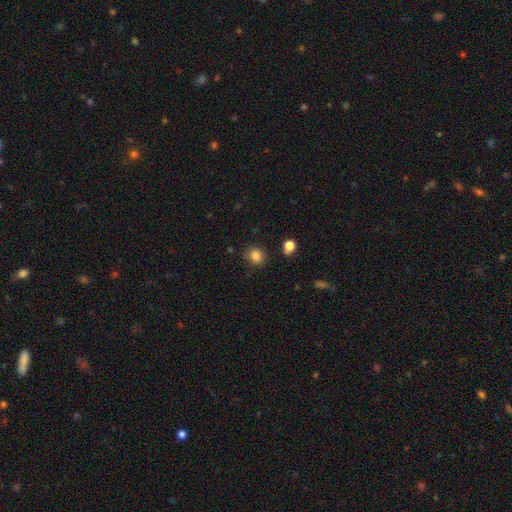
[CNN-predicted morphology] This is clearly a smooth galaxy (84%). How rounded: likely round (78%). Merging: clearly none (83%).